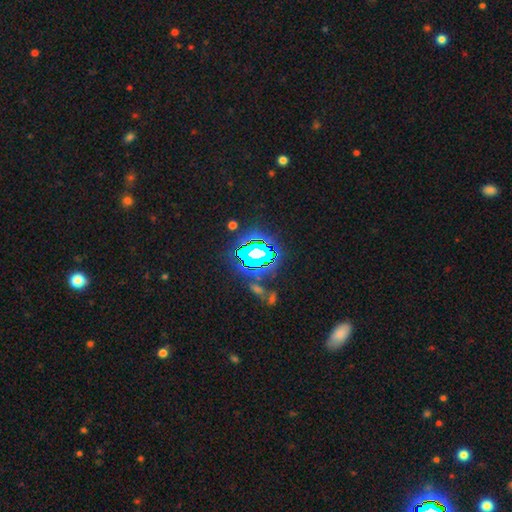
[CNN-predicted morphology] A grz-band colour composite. It shows a star or artifact, not a galaxy (71%).